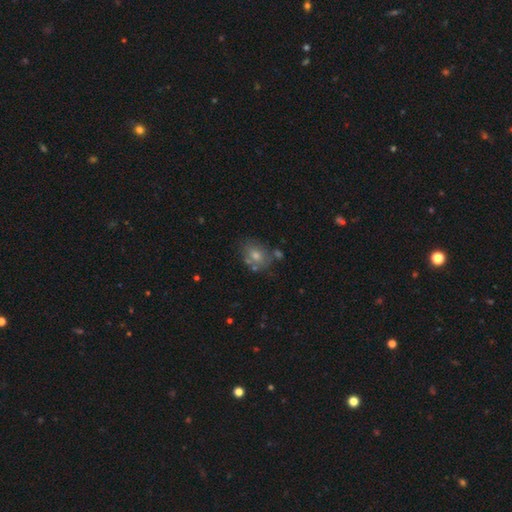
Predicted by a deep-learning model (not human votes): Q: Smooth or featured?
A: smooth (60%); runner-up: featured or disk (22%)
Q: How rounded?
A: in between (50%); runner-up: round (49%)
Q: Merging?
A: none (68%); runner-up: minor disturbance (16%)